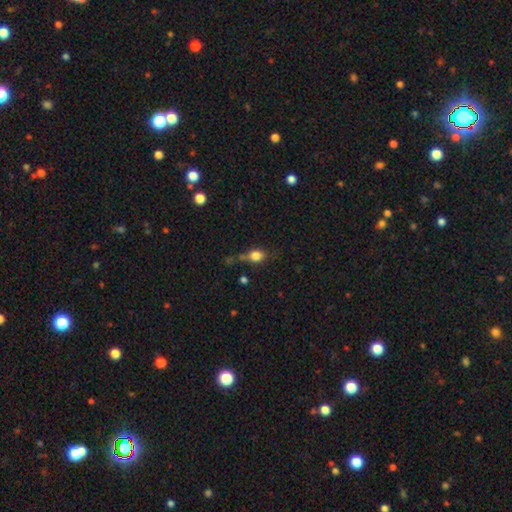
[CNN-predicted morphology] This is likely a smooth galaxy (79%). How rounded: possibly in between (50%). Merging: possibly none (57%).